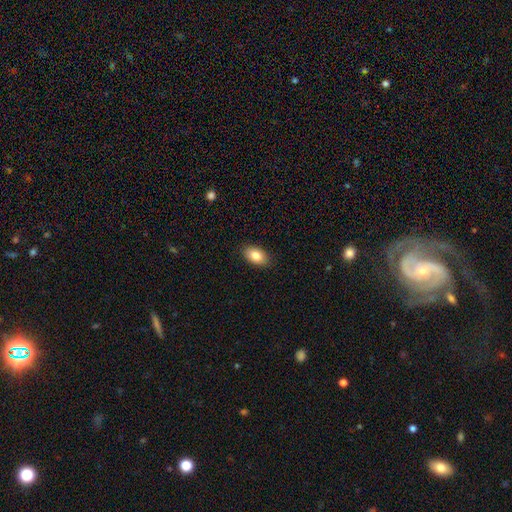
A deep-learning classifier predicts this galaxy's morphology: smooth 84%, featured or disk 9%, star or artifact 7%. Down the decision tree: how rounded — in between (92%); merging — none (89%).